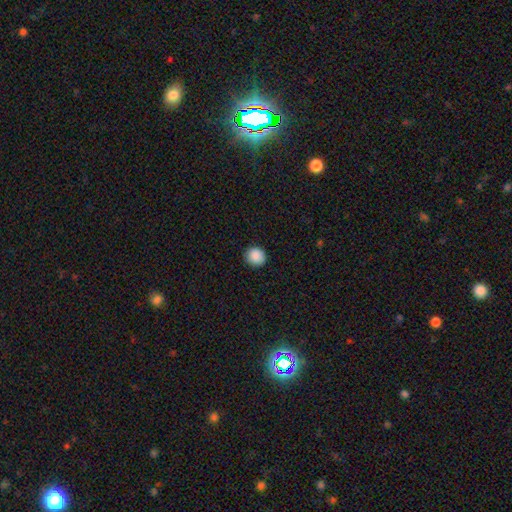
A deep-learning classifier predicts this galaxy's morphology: Smooth or featured?
  - smooth: 89% *
  - star or artifact: 9%
  - featured or disk: 2%
How rounded?
  - round: 87% *
  - in between: 12%
  - cigar-shaped: 1%
Merging?
  - none: 90% *
  - minor disturbance: 7%
  - major disturbance: 2%
  - merger: 1%